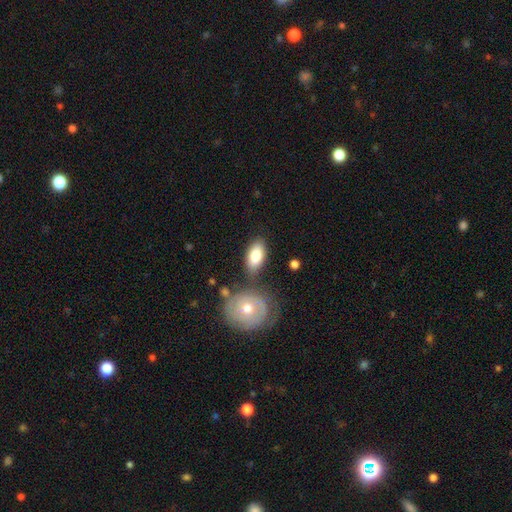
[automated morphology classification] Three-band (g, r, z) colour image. It shows a smooth galaxy with no disk features (81%) that is in between round and cigar-shaped (91%). Merging: none (70%).